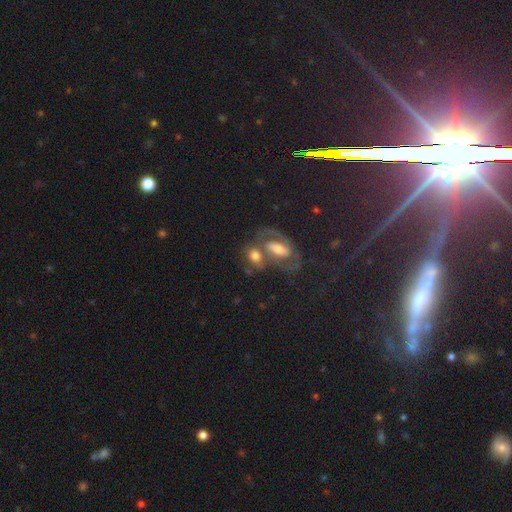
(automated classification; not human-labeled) The model was most divided on "smooth or featured": smooth: 48%, featured or disk: 41%, star or artifact: 11%. Remaining: merging — merger (50%).